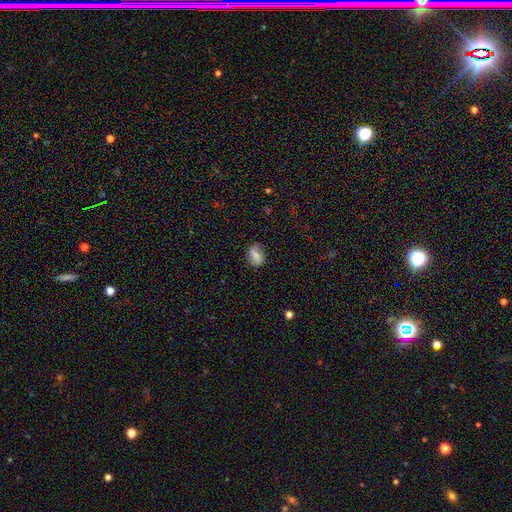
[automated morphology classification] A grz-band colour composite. It shows a smooth galaxy with no disk features (57%) that is in between round and cigar-shaped (73%). Merging: none (74%).